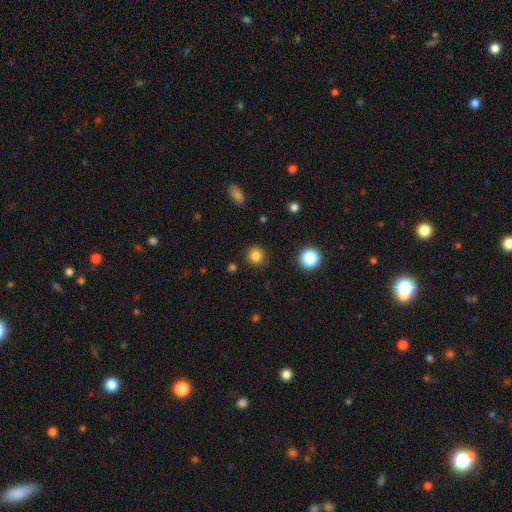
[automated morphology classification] The model was most divided on "smooth or featured": smooth: 83%, star or artifact: 13%, featured or disk: 4%. More confident: how rounded — round (92%); merging — none (90%).